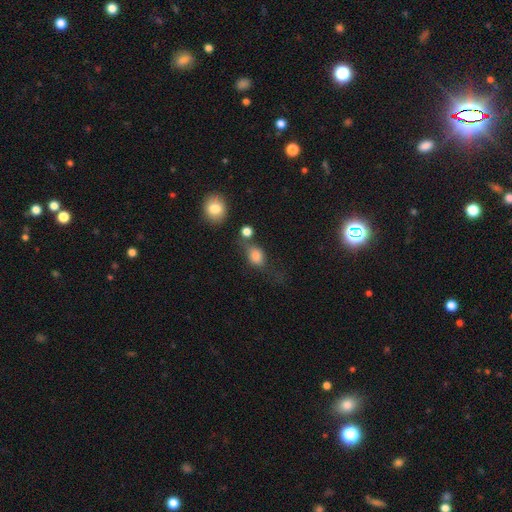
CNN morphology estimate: The model was most divided on "how rounded": in between: 52%, round: 45%, cigar-shaped: 3%. Remaining: smooth or featured — smooth (79%); merging — none (43%).